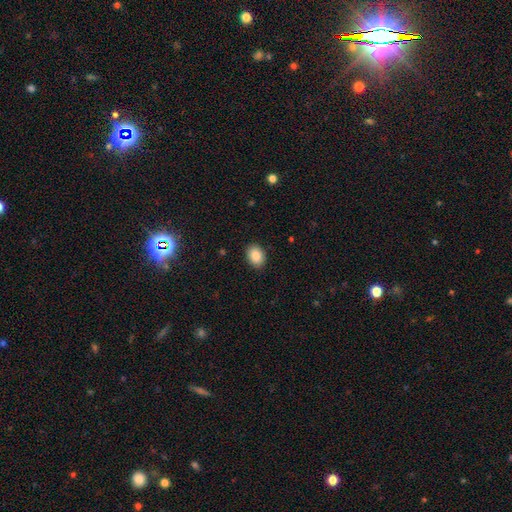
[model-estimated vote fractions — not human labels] smooth 88%, star or artifact 8%, featured or disk 4%. Down the decision tree: how rounded — in between (70%); merging — none (89%).